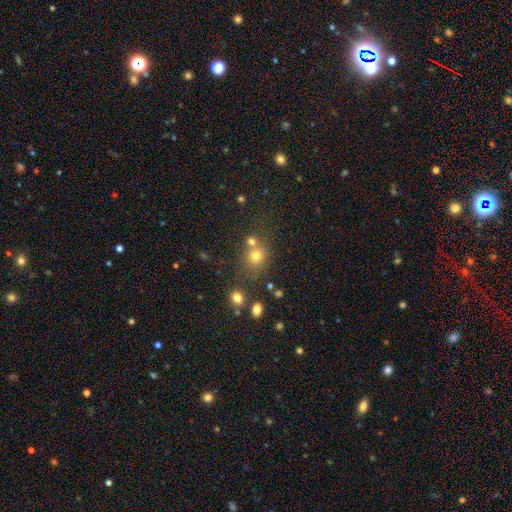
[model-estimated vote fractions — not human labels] A smooth galaxy with no disk features (71%) that is round (79%). Merging: none (59%).